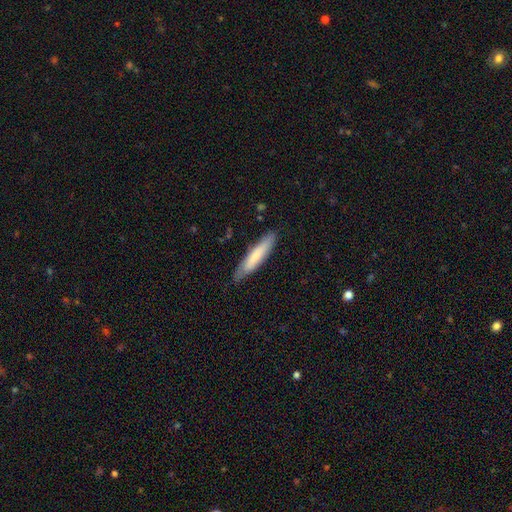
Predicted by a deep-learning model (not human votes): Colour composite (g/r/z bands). It shows a smooth galaxy with no disk features (72%) that is cigar-shaped (87%). Merging: none (82%).